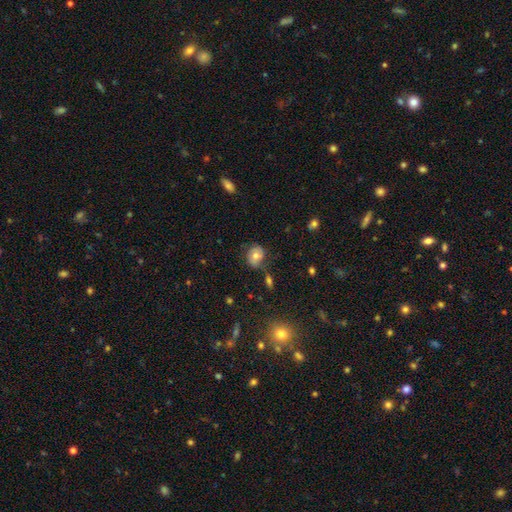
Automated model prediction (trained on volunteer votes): Morphology: type=smooth (59%); roundness=round (60%); merging=none (60%).